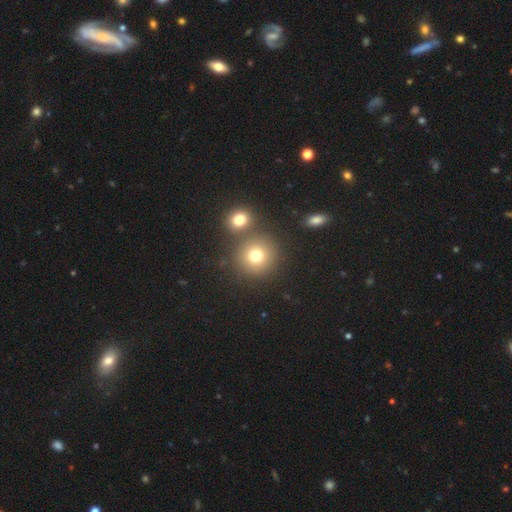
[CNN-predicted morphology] This appears to be a smooth galaxy with no disk features (76%) that is round (91%). Merging: none (69%).